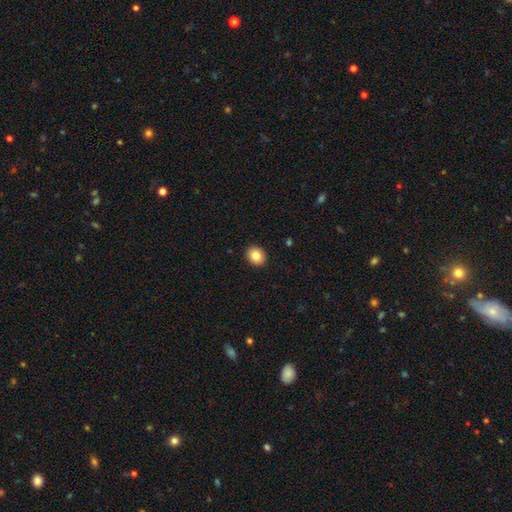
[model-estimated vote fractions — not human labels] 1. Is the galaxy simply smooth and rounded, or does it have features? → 85% smooth, 9% star or artifact, 7% featured or disk.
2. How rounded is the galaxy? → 63% round, 36% in between, 1% cigar-shaped.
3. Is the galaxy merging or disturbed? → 92% none, 5% minor disturbance, 2% major disturbance, 1% merger.